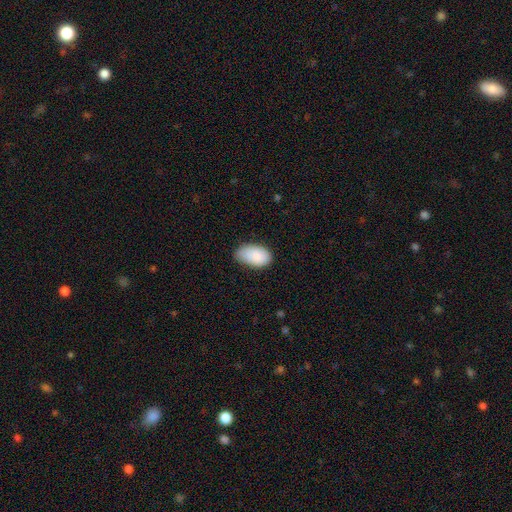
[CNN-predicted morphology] smooth-or-featured: smooth: 88% | star or artifact: 6% | featured or disk: 6%
  how-rounded: in between: 94% | round: 5% | cigar-shaped: 1%
  merging: none: 58% | minor disturbance: 35% | major disturbance: 6% | merger: 1%